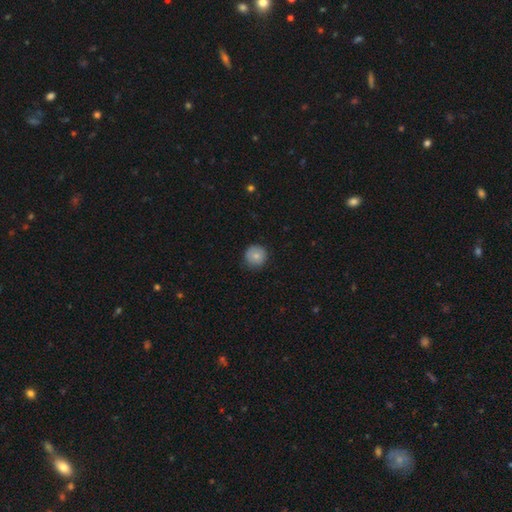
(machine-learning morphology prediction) smooth-or-featured: smooth: 79% | featured or disk: 12% | star or artifact: 9%
  how-rounded: round: 95% | in between: 4% | cigar-shaped: 1%
  merging: none: 85% | minor disturbance: 12% | major disturbance: 2% | merger: 1%